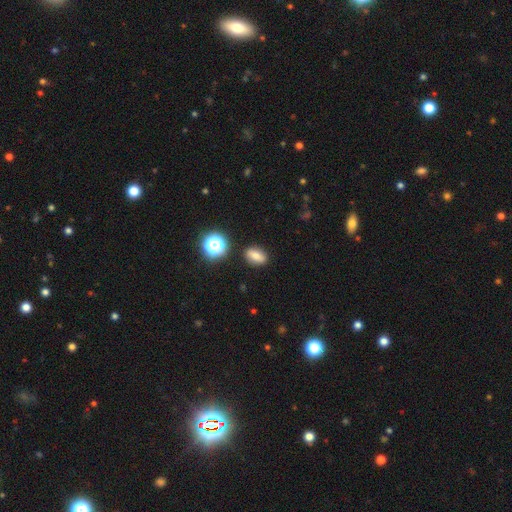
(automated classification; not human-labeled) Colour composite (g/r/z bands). It shows a smooth galaxy with no disk features (74%) that is in between round and cigar-shaped (76%). Merging: none (87%).